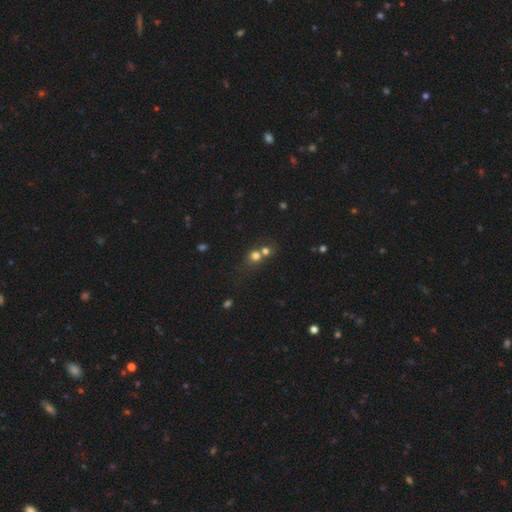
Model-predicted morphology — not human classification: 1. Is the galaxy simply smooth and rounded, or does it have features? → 69% smooth, 19% star or artifact, 12% featured or disk.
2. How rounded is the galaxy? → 83% round, 16% in between, 1% cigar-shaped.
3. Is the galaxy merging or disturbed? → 47% merger, 42% none, 7% minor disturbance, 4% major disturbance.